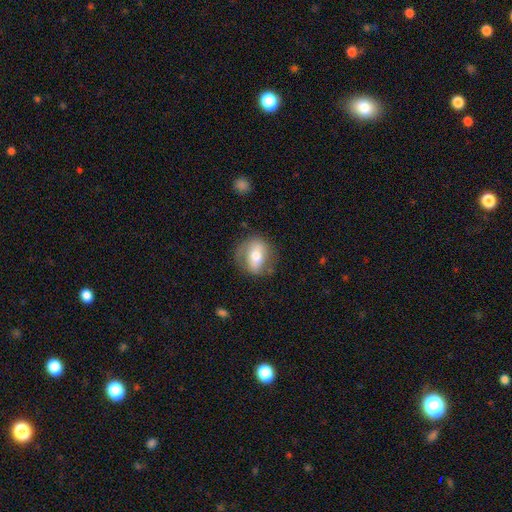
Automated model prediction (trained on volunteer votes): Morphology: type=smooth (51%); roundness=in between (55%); merging=none (67%).